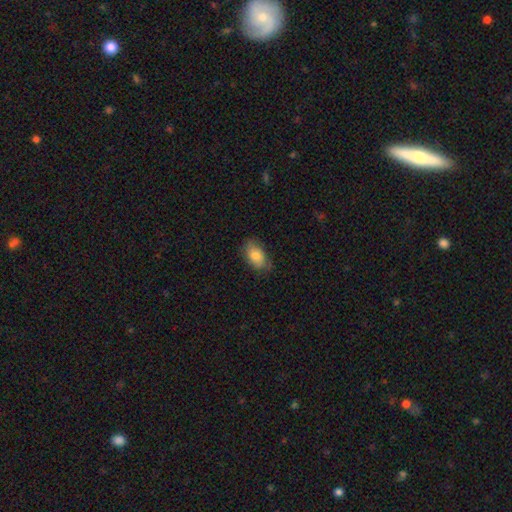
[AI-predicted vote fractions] A smooth galaxy with no disk features (78%) that is in between round and cigar-shaped (90%). Merging: none (70%).